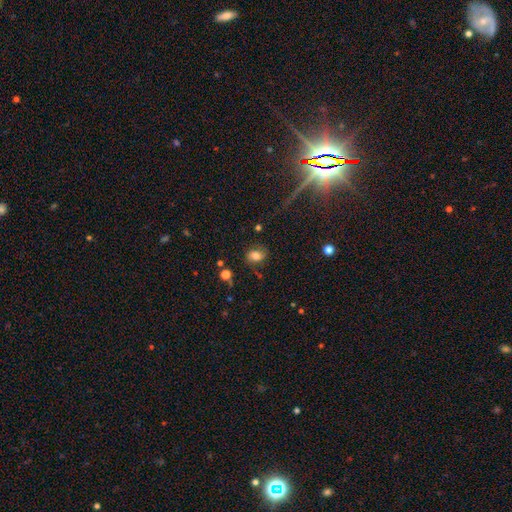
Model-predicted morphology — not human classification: Smooth or featured?
  - smooth: 71% *
  - featured or disk: 17%
  - star or artifact: 12%
How rounded?
  - in between: 61% *
  - round: 38%
  - cigar-shaped: 1%
Merging?
  - none: 73% *
  - minor disturbance: 18%
  - major disturbance: 6%
  - merger: 3%